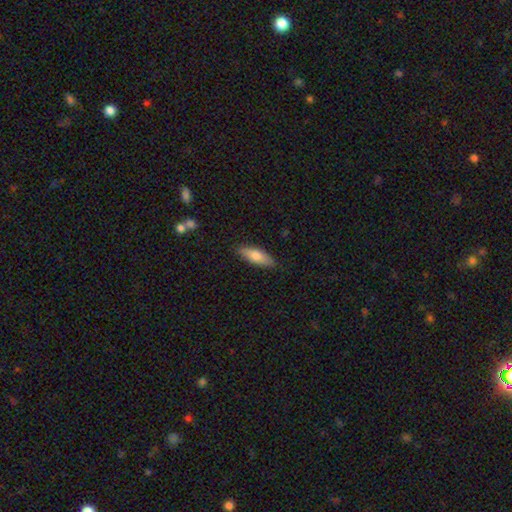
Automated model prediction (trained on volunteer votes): Smooth or featured? Predicted: smooth (p=0.72). How rounded? Predicted: in between (p=0.54). Merging? Predicted: none (p=0.86).